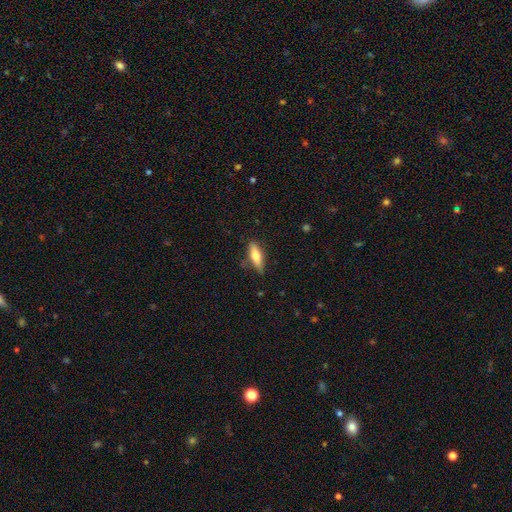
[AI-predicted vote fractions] A smooth galaxy with no disk features (57%) that is cigar-shaped (58%). Merging: none (81%).